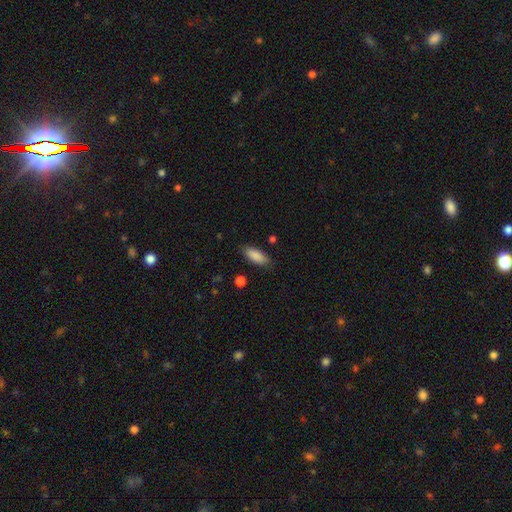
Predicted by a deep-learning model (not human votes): The model was most divided on "how rounded": in between: 79%, cigar-shaped: 19%, round: 2%. More confident: smooth or featured — smooth (88%); merging — none (85%).